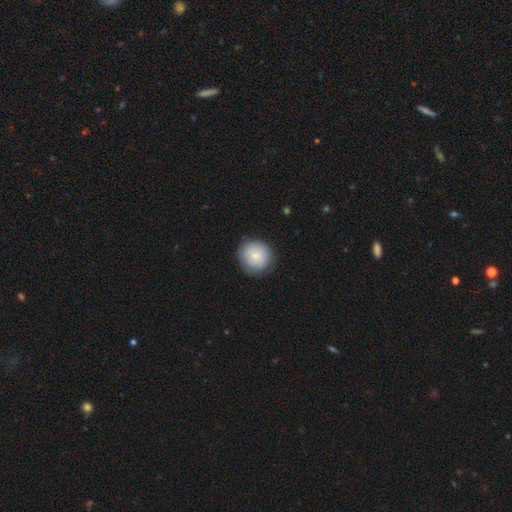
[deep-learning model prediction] smooth_or_featured: smooth (p=0.74) [alt: featured or disk p=0.19]
how_rounded: round (p=0.89) [alt: in between p=0.10]
merging: none (p=0.81) [alt: minor disturbance p=0.13]